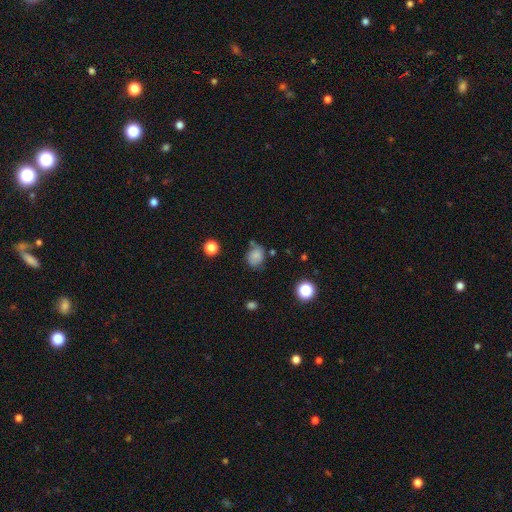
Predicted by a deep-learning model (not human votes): A smooth galaxy with no disk features (78%) that is round (54%).

Vote fractions:
- Smooth or featured? smooth: 78% / star or artifact: 12% / featured or disk: 10%
- How rounded? round: 54% / in between: 45% / cigar-shaped: 1%
- Merging? none: 61% / minor disturbance: 24% / merger: 8% / major disturbance: 7%